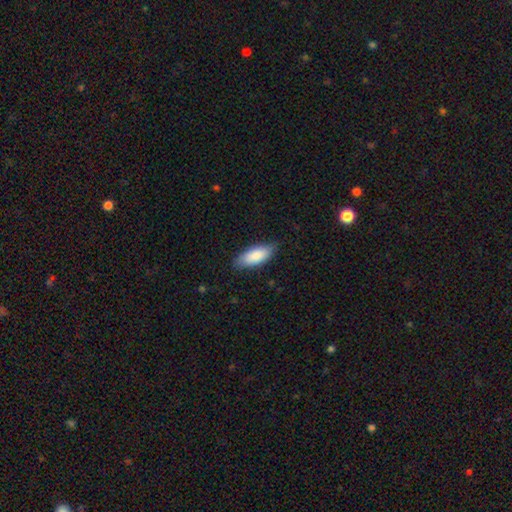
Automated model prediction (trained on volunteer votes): This is clearly a smooth galaxy (86%). How rounded: clearly in between (82%). Merging: likely none (80%).